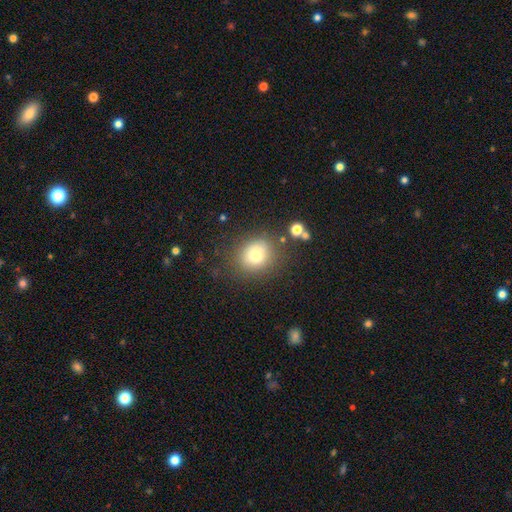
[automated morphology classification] A smooth galaxy with no disk features (74%) that is round (73%). Merging: none (77%).